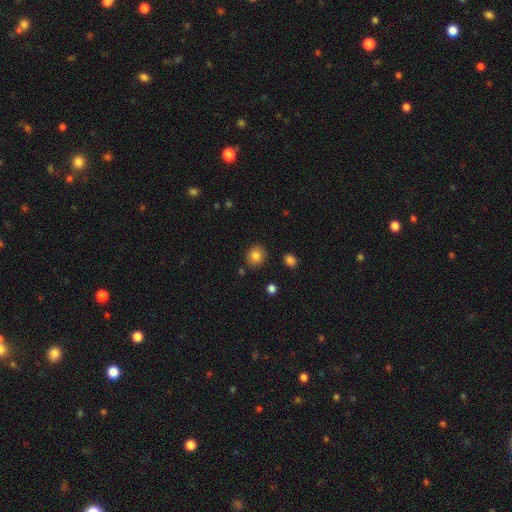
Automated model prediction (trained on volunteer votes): A smooth galaxy with no disk features (83%) that is round (80%).

Vote fractions:
- Smooth or featured? smooth: 83% / star or artifact: 10% / featured or disk: 6%
- How rounded? round: 80% / in between: 19% / cigar-shaped: 1%
- Merging? none: 86% / minor disturbance: 8% / merger: 3% / major disturbance: 2%